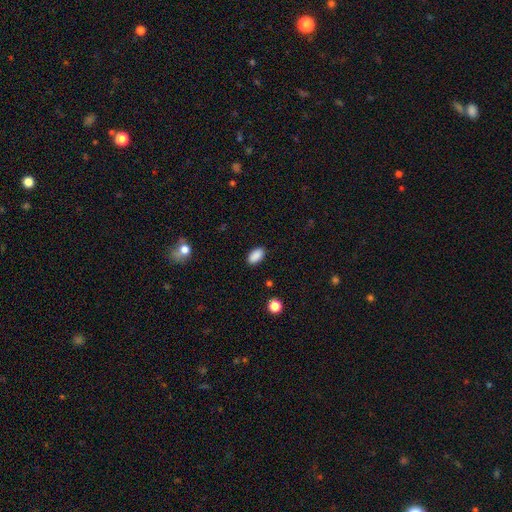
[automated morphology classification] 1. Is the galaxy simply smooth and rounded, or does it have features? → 89% smooth, 8% star or artifact, 3% featured or disk.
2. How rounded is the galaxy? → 93% in between, 5% round, 2% cigar-shaped.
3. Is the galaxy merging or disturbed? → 88% none, 9% minor disturbance, 2% major disturbance, 1% merger.